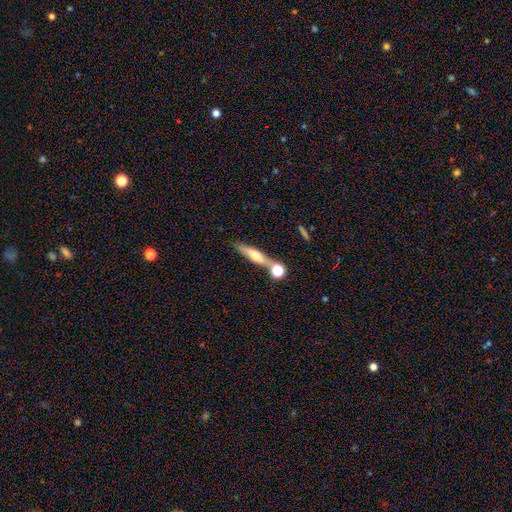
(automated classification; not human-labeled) Smooth or featured: smooth — 51% (featured or disk — 41%)
How rounded: cigar-shaped — 79% (in between — 17%)
Merging: none — 62% (merger — 22%)